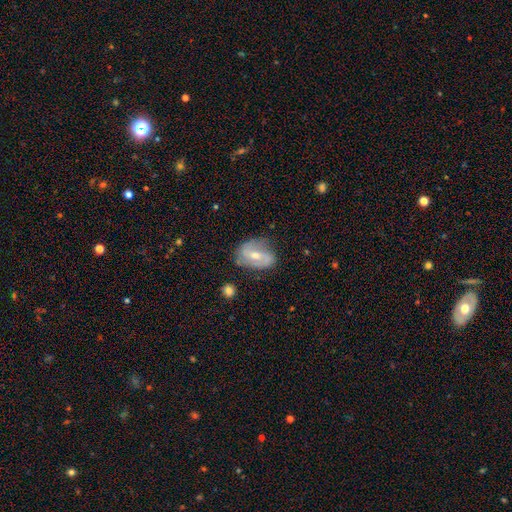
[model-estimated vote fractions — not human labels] Smooth or featured? featured or disk (71%)
Edge-on disk? no (96%)
Bar? weak (43%)
Spiral arms? yes (85%)
Spiral winding? medium (40%)
Spiral arm count? 2 (82%)
Bulge size? moderate (57%)
Merging? none (67%)